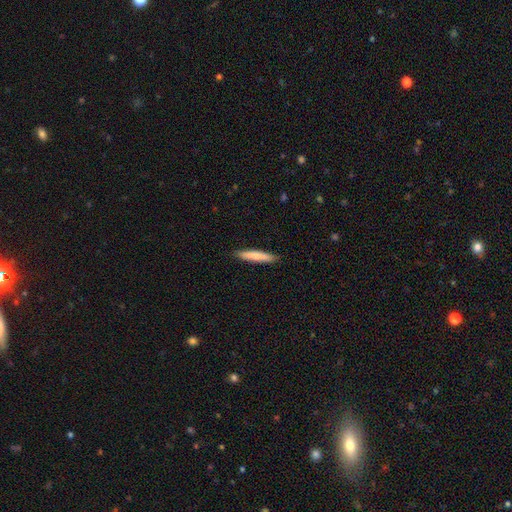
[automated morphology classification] Overall: smooth (79%). How rounded: cigar-shaped (91%). Merging: none (90%).